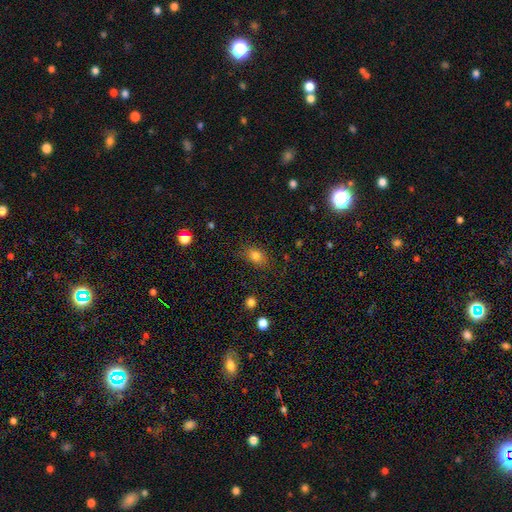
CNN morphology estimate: A smooth galaxy with no disk features (79%) that is in between round and cigar-shaped (67%). Merging: none (79%).